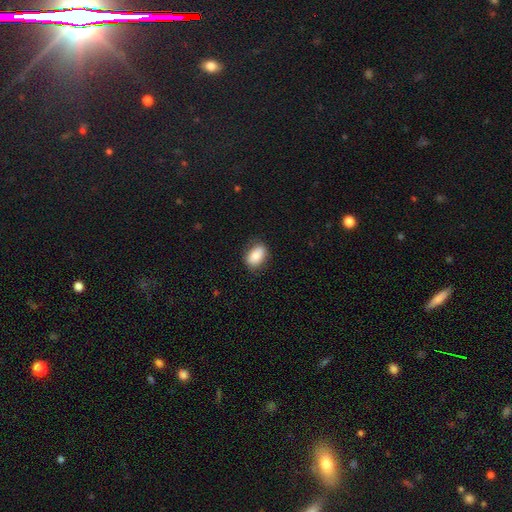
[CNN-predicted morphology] This is clearly a smooth galaxy (83%). How rounded: clearly in between (84%). Merging: clearly none (81%).